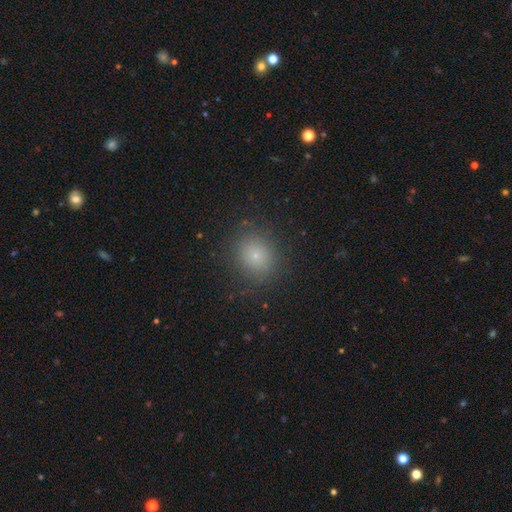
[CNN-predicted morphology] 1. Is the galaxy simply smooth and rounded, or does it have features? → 75% smooth, 16% star or artifact, 9% featured or disk.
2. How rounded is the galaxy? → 76% round, 23% in between, 1% cigar-shaped.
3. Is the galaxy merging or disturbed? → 85% none, 9% minor disturbance, 4% major disturbance, 1% merger.